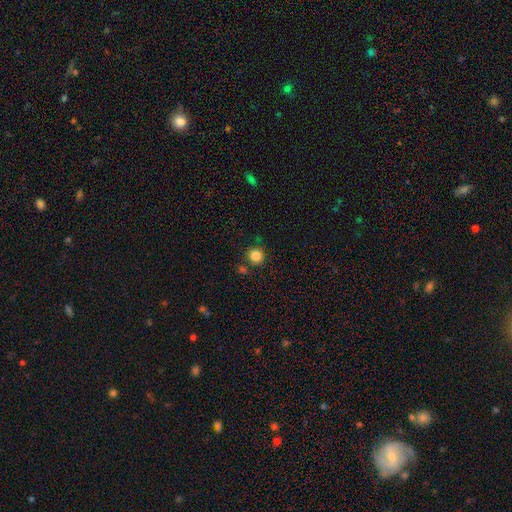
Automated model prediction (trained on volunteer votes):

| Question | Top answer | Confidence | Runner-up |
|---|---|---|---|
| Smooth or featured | smooth | 85% | star or artifact (11%) |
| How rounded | round | 94% | in between (5%) |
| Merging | none | 83% | minor disturbance (8%) |